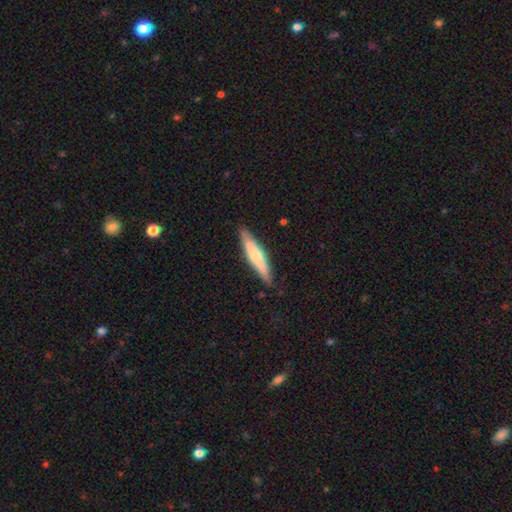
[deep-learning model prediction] smooth_or_featured: smooth (p=0.58) [alt: featured or disk p=0.37]
how_rounded: cigar-shaped (p=0.89) [alt: in between p=0.10]
merging: none (p=0.87) [alt: minor disturbance p=0.10]